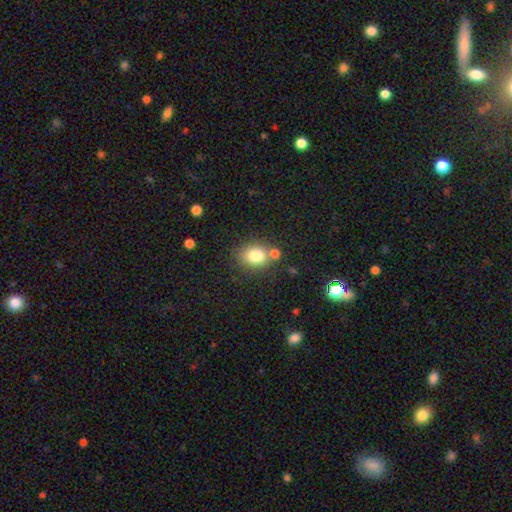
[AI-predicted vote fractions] This is likely a smooth galaxy (80%). How rounded: possibly in between (50%). Merging: likely none (66%).